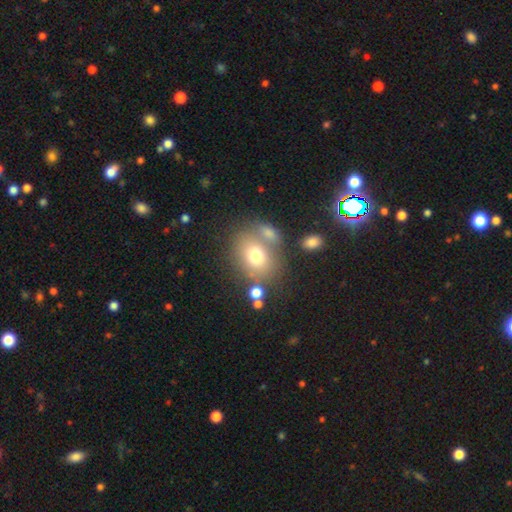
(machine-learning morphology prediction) smooth 71%, featured or disk 17%, star or artifact 13%. Down the decision tree: how rounded — round (56%); merging — none (59%).